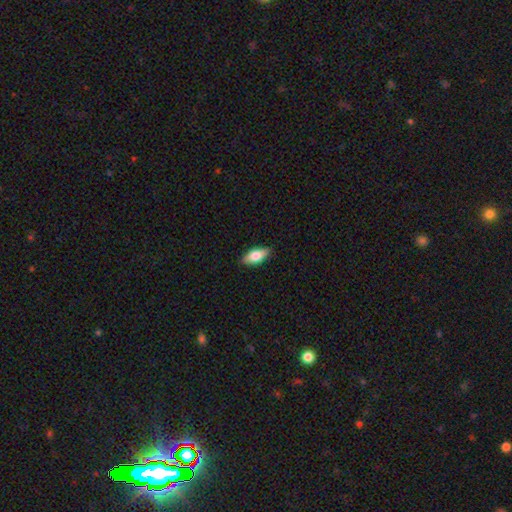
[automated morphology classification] This appears to be a smooth galaxy with no disk features (72%) that is in between round and cigar-shaped (82%). Merging: none (86%).